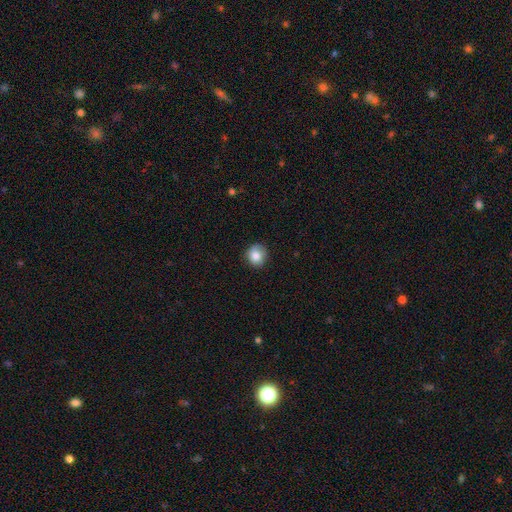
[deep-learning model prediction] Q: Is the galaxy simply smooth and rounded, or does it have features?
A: smooth — 79%.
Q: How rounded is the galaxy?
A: round — 82%.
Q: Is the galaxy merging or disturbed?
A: none — 76%.